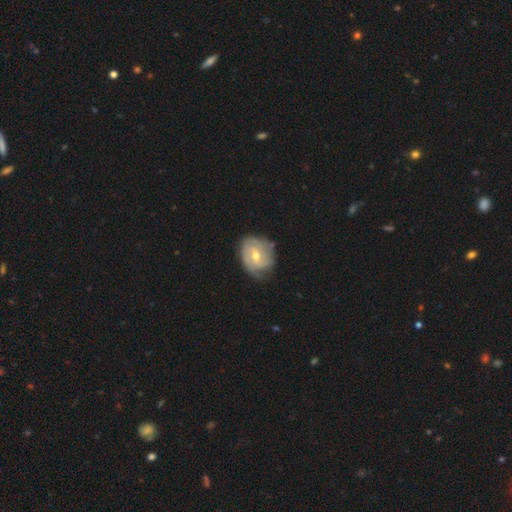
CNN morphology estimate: A featured or disk galaxy (72%) with a weak bar (49%), 2 (37%) tight (57%) spiral arms (88%) and a moderate central bulge (61%).

Vote fractions:
- Smooth or featured? featured or disk: 72% / smooth: 22% / star or artifact: 6%
- Edge-on disk? no: 97% / yes: 3%
- Bar? weak: 49% / no: 38% / strong: 12%
- Spiral arms? yes: 88% / no: 12%
- Spiral winding? tight: 57% / medium: 31% / loose: 12%
- Spiral arm count? 2: 37% / can't tell: 32% / 3: 17% / 1: 7% / 4: 4% / more than 4: 3%
- Bulge size? moderate: 61% / small: 35% / large: 2% / none: 1% / dominant: 1%
- Merging? none: 65% / minor disturbance: 26% / major disturbance: 7% / merger: 2%